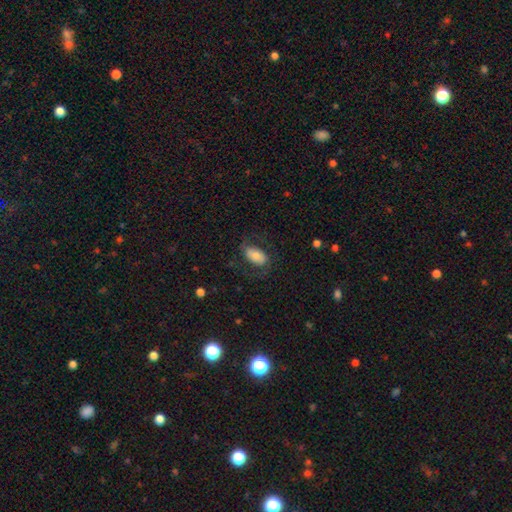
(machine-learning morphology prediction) smooth_or_featured: smooth (p=0.58) [alt: featured or disk p=0.34]
how_rounded: in between (p=0.91) [alt: round p=0.07]
merging: none (p=0.66) [alt: minor disturbance p=0.17]